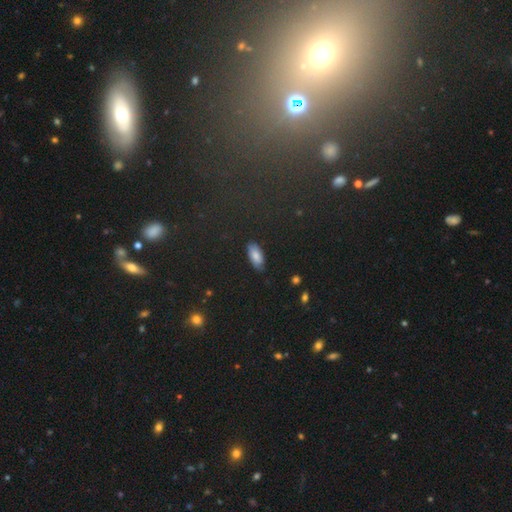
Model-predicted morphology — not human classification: The model was most divided on "merging": none: 79%, minor disturbance: 17%, major disturbance: 3%, merger: 1%. More confident: how rounded — in between (89%); smooth or featured — smooth (75%).